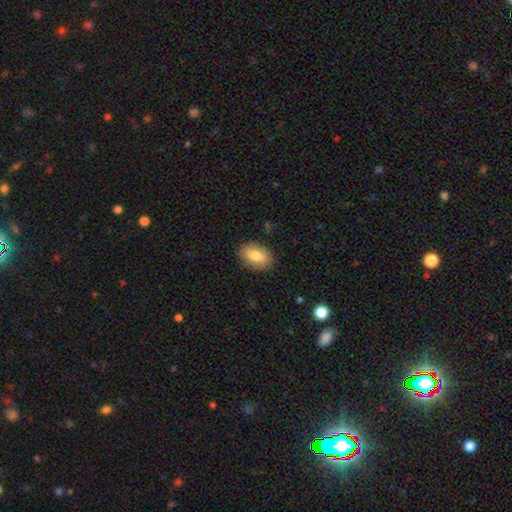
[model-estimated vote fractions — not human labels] smooth_or_featured: smooth (p=0.78) [alt: featured or disk p=0.15]
how_rounded: in between (p=0.85) [alt: round p=0.14]
merging: none (p=0.87) [alt: minor disturbance p=0.10]